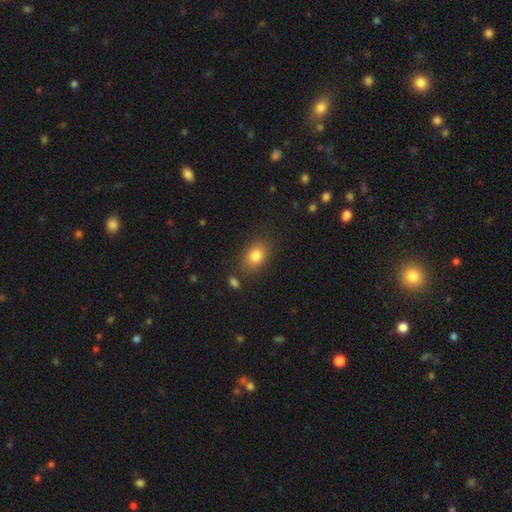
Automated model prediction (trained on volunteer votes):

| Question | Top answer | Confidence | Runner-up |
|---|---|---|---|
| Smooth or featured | smooth | 82% | star or artifact (9%) |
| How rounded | in between | 77% | round (22%) |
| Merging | none | 82% | minor disturbance (11%) |